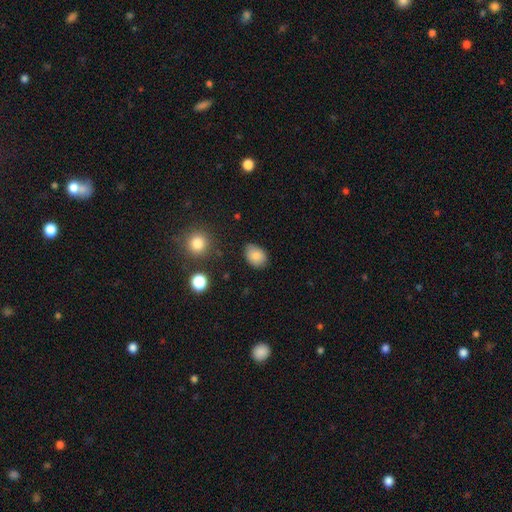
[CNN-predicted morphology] Q: Smooth or featured?
A: smooth (84%); runner-up: star or artifact (9%)
Q: How rounded?
A: in between (72%); runner-up: round (27%)
Q: Merging?
A: none (78%); runner-up: minor disturbance (17%)